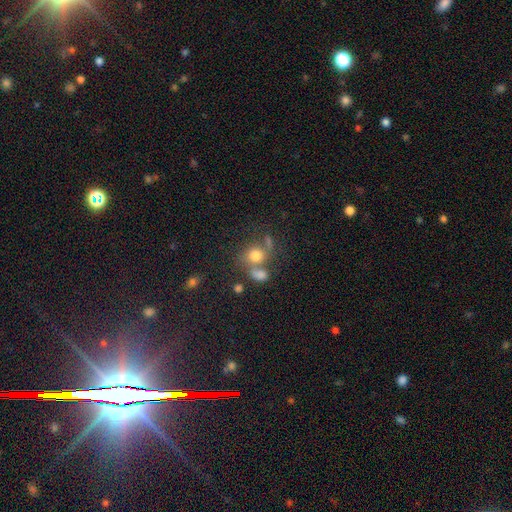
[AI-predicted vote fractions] The model was most divided on "merging": none: 39%, merger: 38%, minor disturbance: 13%, major disturbance: 10%. More confident: smooth or featured — smooth (69%); how rounded — round (66%).